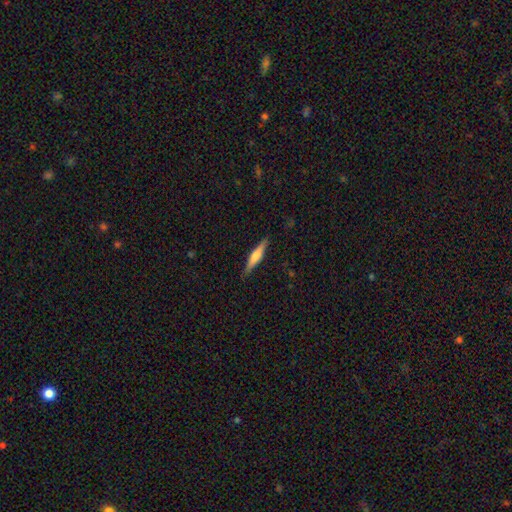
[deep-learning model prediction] This appears to be a smooth galaxy with no disk features (48%). Merging: none (89%).